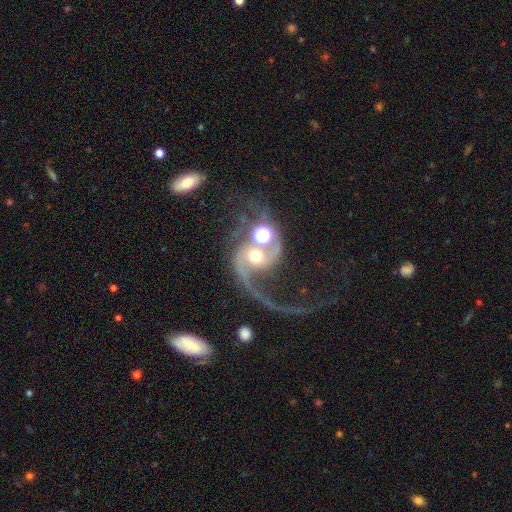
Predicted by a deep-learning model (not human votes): A featured or disk galaxy (80%) with no bar (61%), 2 (70%) loose (70%) spiral arms (93%) and a moderate central bulge (61%).

Vote fractions:
- Smooth or featured? featured or disk: 80% / smooth: 11% / star or artifact: 9%
- Edge-on disk? no: 97% / yes: 3%
- Bar? no: 61% / weak: 26% / strong: 13%
- Spiral arms? yes: 93% / no: 7%
- Spiral winding? loose: 70% / medium: 24% / tight: 5%
- Spiral arm count? 2: 70% / 1: 23% / can't tell: 3% / 3: 2% / 4: 1% / more than 4: 1%
- Bulge size? moderate: 61% / small: 17% / large: 16% / dominant: 4% / none: 3%
- Merging? merger: 38% / none: 27% / major disturbance: 24% / minor disturbance: 10%